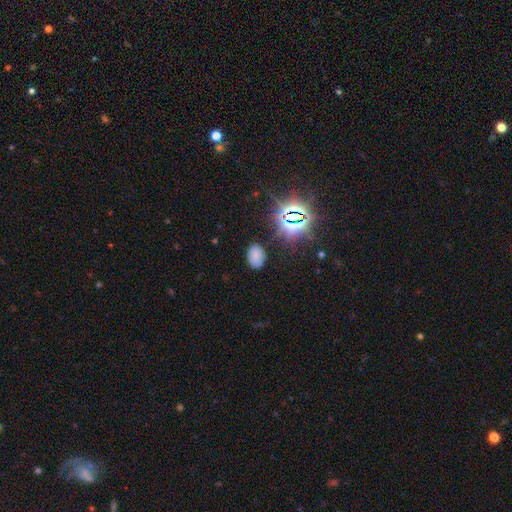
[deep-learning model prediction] Overall: smooth (68%). How rounded: in between (85%). Merging: none (81%).